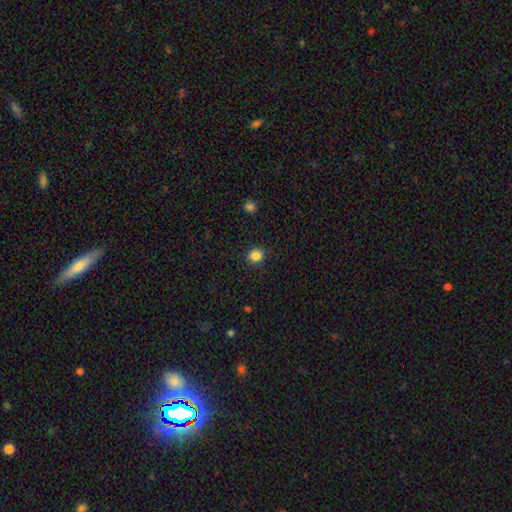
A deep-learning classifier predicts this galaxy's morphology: Smooth or featured? smooth (86%)
How rounded? round (72%)
Merging? none (89%)